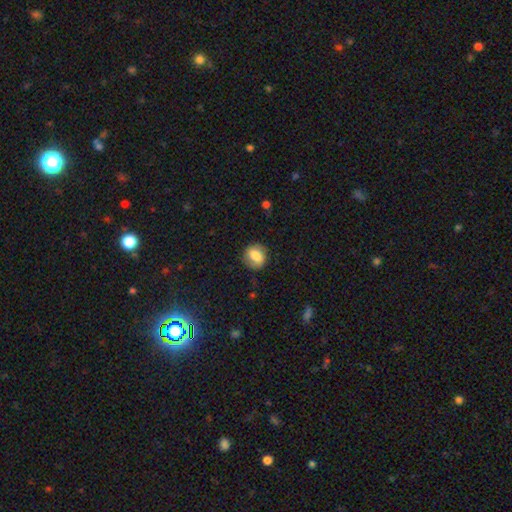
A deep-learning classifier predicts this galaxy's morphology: Smooth or featured: smooth — 66% (featured or disk — 25%)
How rounded: round — 63% (in between — 35%)
Merging: none — 78% (minor disturbance — 16%)